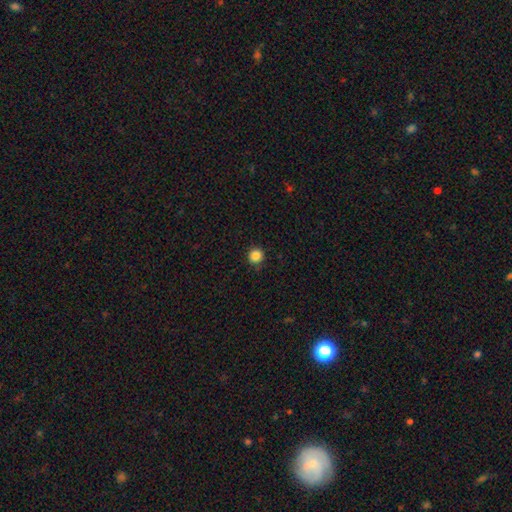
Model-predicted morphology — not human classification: A smooth galaxy with no disk features (86%) that is round (93%). Merging: none (90%).